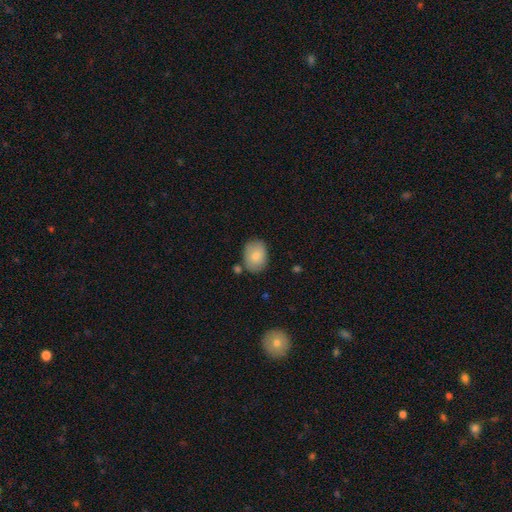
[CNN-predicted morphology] smooth 83%, featured or disk 11%, star or artifact 7%. Down the decision tree: how rounded — in between (70%); merging — none (76%).